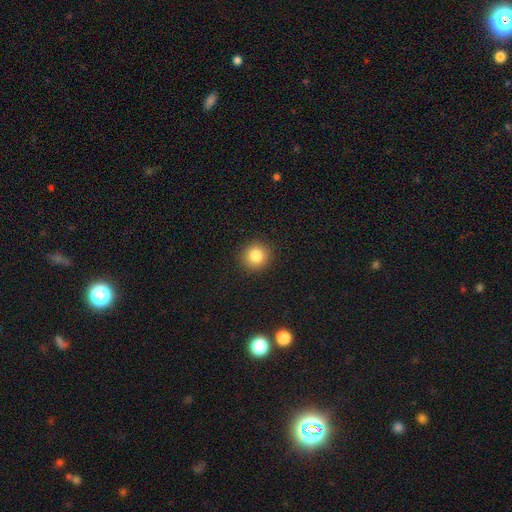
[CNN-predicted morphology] smooth-or-featured: smooth: 83% | star or artifact: 11% | featured or disk: 6%
  how-rounded: round: 92% | in between: 7% | cigar-shaped: 1%
  merging: none: 91% | minor disturbance: 6% | major disturbance: 2% | merger: 1%